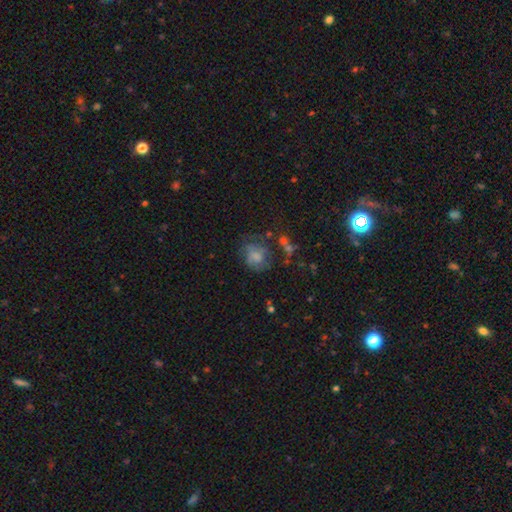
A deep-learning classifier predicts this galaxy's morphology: Smooth or featured? Predicted: smooth (p=0.54). How rounded? Predicted: round (p=0.62). Merging? Predicted: none (p=0.42).